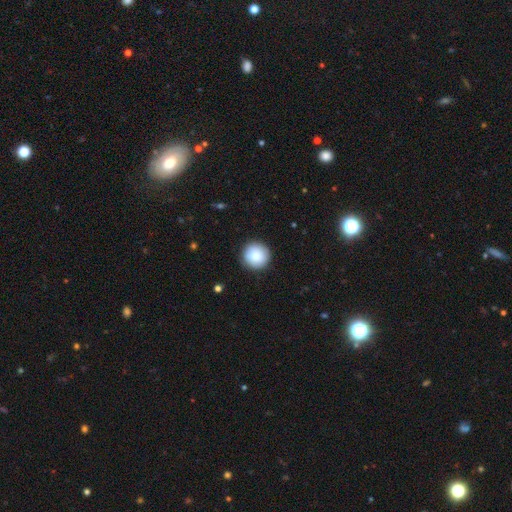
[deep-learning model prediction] Smooth or featured: smooth — 87% (star or artifact — 7%)
How rounded: round — 96% (in between — 3%)
Merging: none — 91% (minor disturbance — 7%)